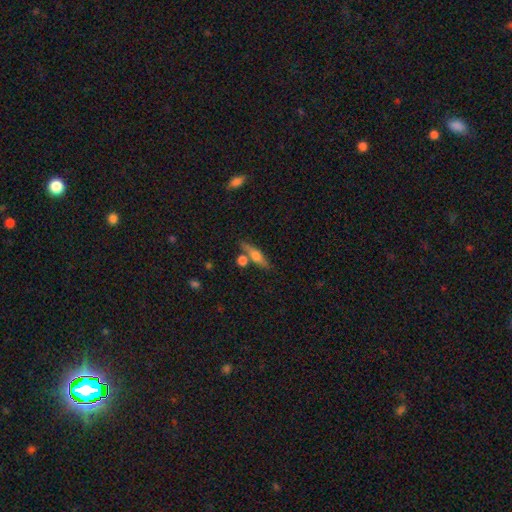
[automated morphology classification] Q: Smooth or featured?
A: featured or disk (47%); runner-up: smooth (45%)
Q: Merging?
A: none (70%); runner-up: merger (15%)